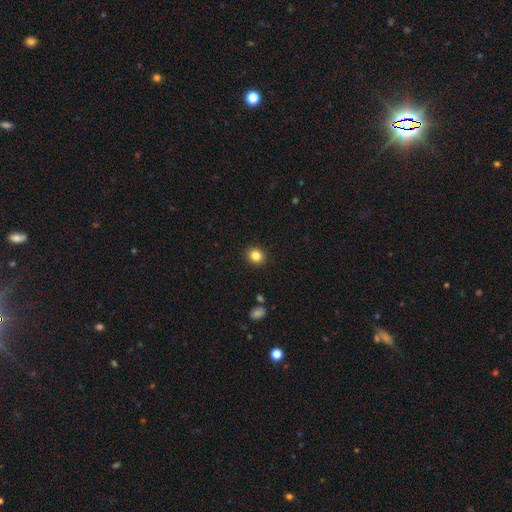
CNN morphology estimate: Overall: smooth (84%). How rounded: round (77%). Merging: none (91%).